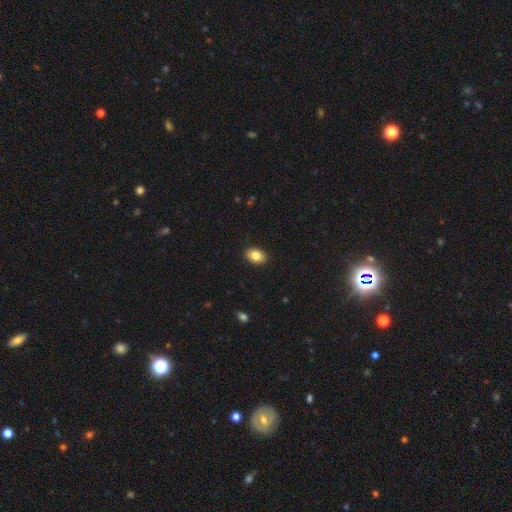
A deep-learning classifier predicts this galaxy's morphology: This is clearly a smooth galaxy (84%). How rounded: clearly in between (85%). Merging: clearly none (90%).